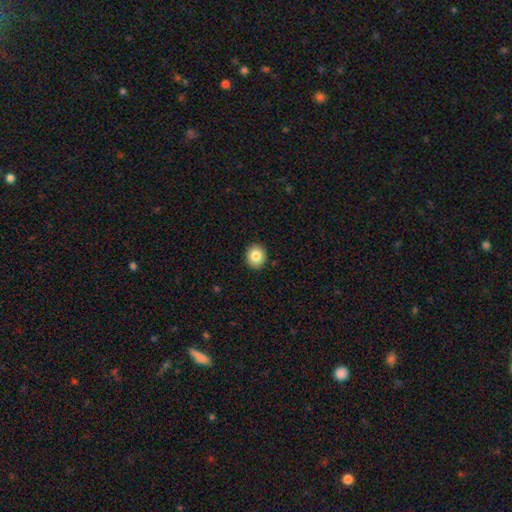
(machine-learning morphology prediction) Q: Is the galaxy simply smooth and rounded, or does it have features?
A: smooth — 84%.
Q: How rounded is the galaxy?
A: round — 78%.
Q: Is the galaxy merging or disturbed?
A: none — 91%.